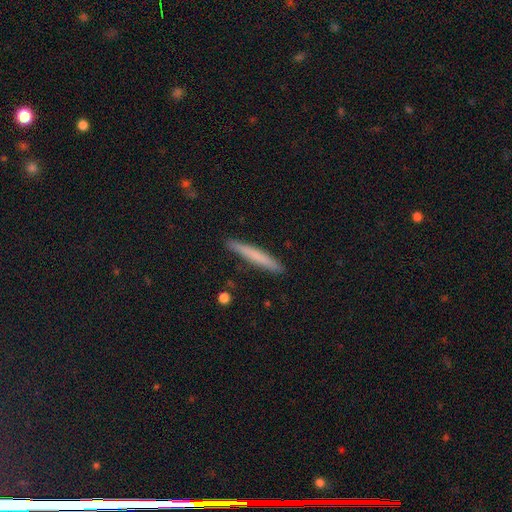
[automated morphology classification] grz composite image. It shows a smooth galaxy with no disk features (71%) that is cigar-shaped (96%). Merging: none (90%).